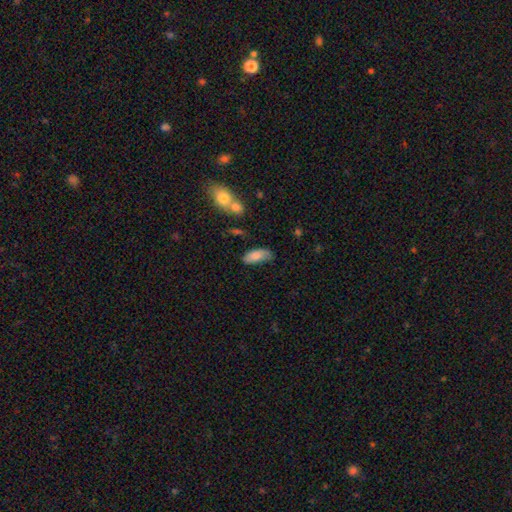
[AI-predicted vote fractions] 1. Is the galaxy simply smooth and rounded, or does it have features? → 80% smooth, 13% featured or disk, 7% star or artifact.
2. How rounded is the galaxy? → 86% in between, 12% cigar-shaped, 2% round.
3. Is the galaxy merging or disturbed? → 55% none, 31% minor disturbance, 8% major disturbance, 5% merger.